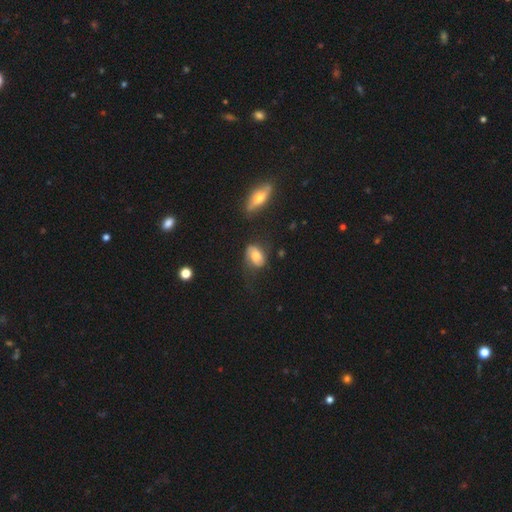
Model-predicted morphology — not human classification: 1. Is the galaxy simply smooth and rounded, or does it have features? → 52% smooth, 39% featured or disk, 9% star or artifact.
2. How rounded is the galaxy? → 82% in between, 15% round, 2% cigar-shaped.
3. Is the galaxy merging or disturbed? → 50% none, 28% minor disturbance, 17% major disturbance, 4% merger.